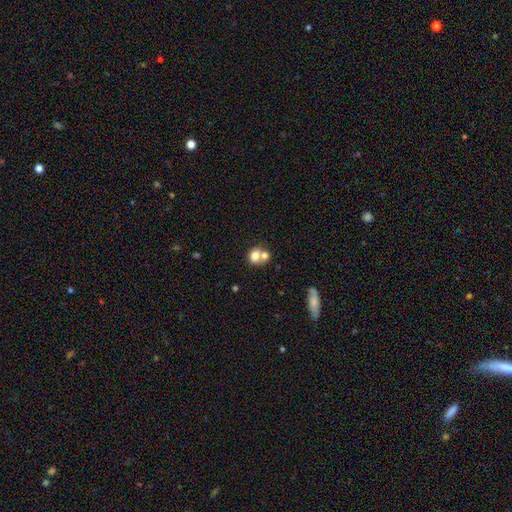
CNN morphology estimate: The model was most divided on "merging": merger: 56%, none: 33%, minor disturbance: 7%, major disturbance: 4%. More confident: smooth or featured — smooth (73%); how rounded — round (63%).